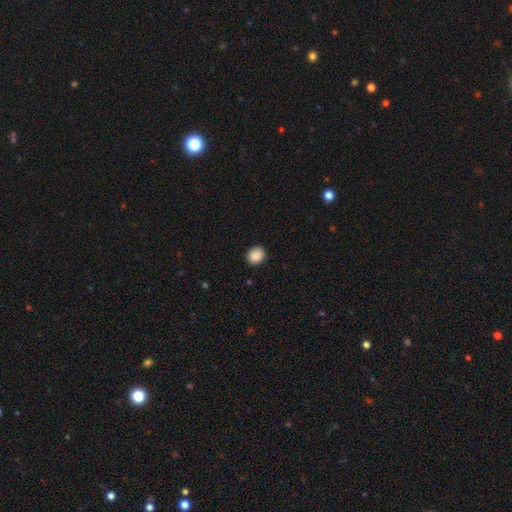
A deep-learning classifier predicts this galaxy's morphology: smooth_or_featured: smooth (p=0.89) [alt: star or artifact p=0.08]
how_rounded: round (p=0.65) [alt: in between p=0.34]
merging: none (p=0.89) [alt: minor disturbance p=0.08]